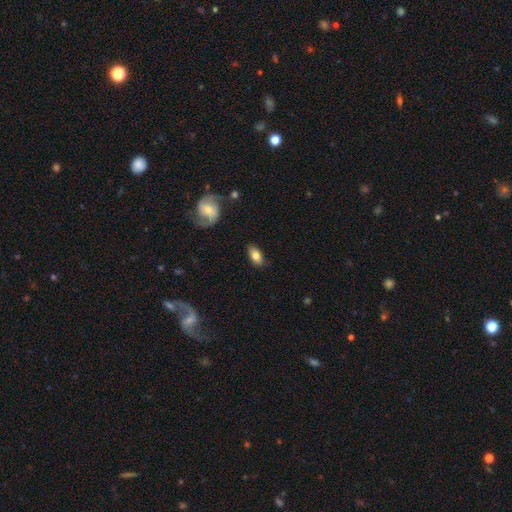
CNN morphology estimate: Overall: smooth (76%). How rounded: in between (90%). Merging: none (83%).